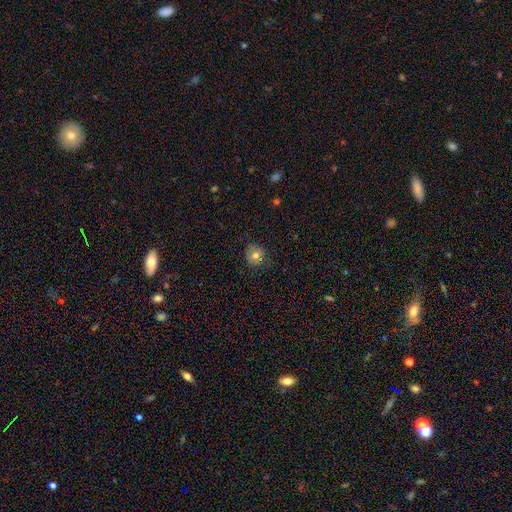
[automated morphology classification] smooth-or-featured: smooth: 69% | featured or disk: 19% | star or artifact: 11%
  how-rounded: round: 82% | in between: 17% | cigar-shaped: 1%
  merging: none: 77% | minor disturbance: 17% | major disturbance: 4% | merger: 2%